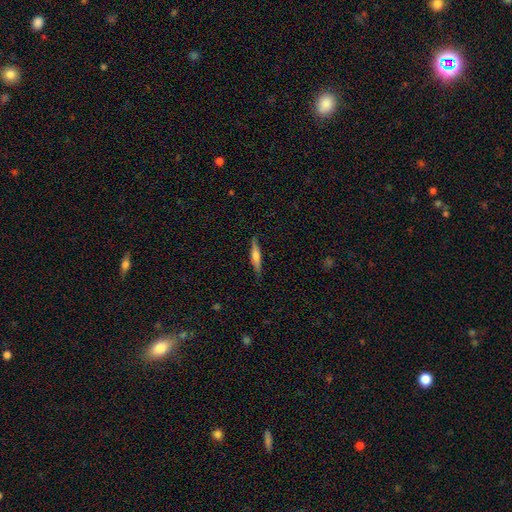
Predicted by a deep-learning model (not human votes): Smooth or featured? Predicted: smooth (p=0.51). How rounded? Predicted: cigar-shaped (p=0.85). Merging? Predicted: none (p=0.86).